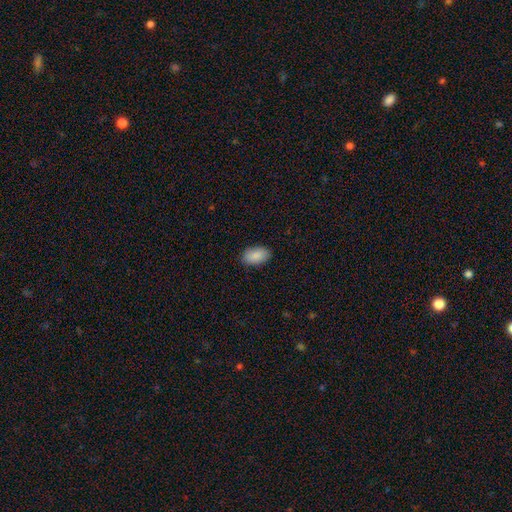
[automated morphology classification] smooth_or_featured: smooth (p=0.89) [alt: star or artifact p=0.06]
how_rounded: in between (p=0.93) [alt: round p=0.05]
merging: none (p=0.87) [alt: minor disturbance p=0.10]